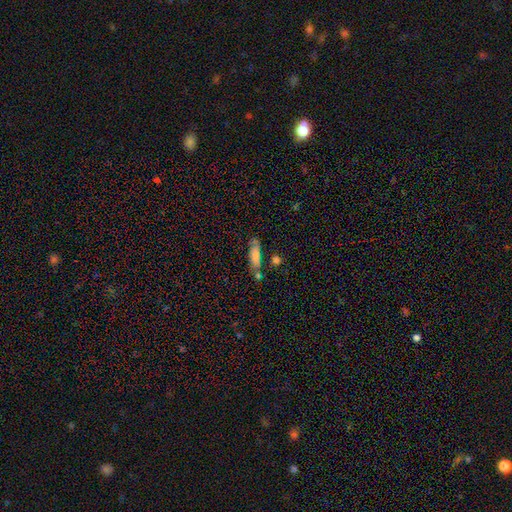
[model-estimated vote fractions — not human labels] This is likely a smooth galaxy (75%). How rounded: possibly cigar-shaped (52%). Merging: likely none (61%).